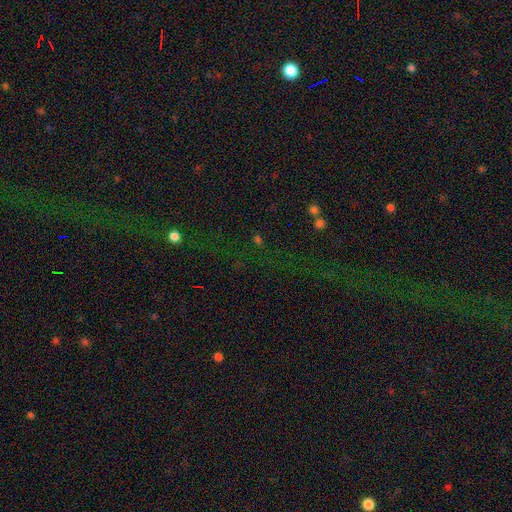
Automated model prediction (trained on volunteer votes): smooth_or_featured: star or artifact (p=0.77) [alt: smooth p=0.12]